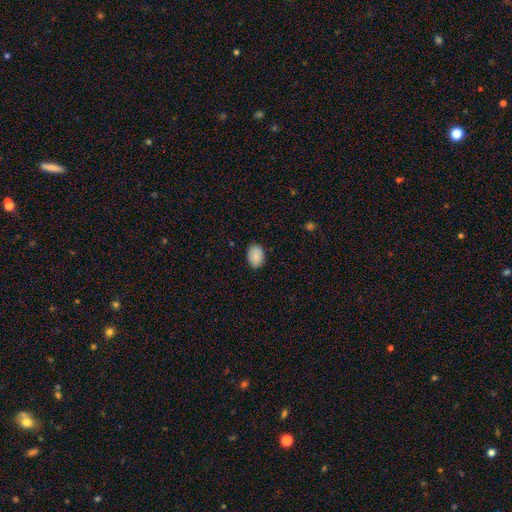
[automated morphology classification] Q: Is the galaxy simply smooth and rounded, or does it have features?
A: smooth — 89%.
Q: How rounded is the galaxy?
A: in between — 81%.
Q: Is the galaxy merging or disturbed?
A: none — 84%.